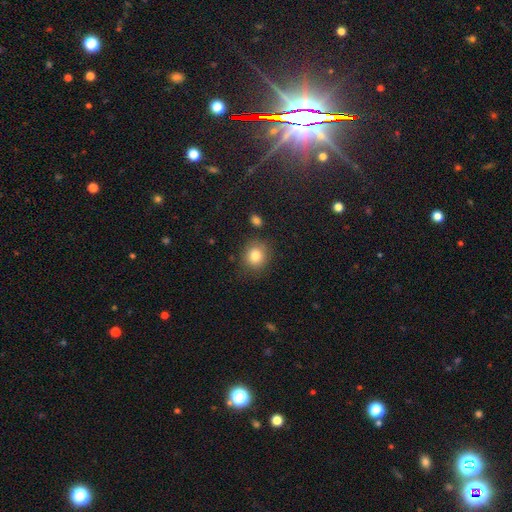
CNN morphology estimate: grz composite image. It shows a smooth galaxy with no disk features (82%) that is round (80%). Merging: none (82%).